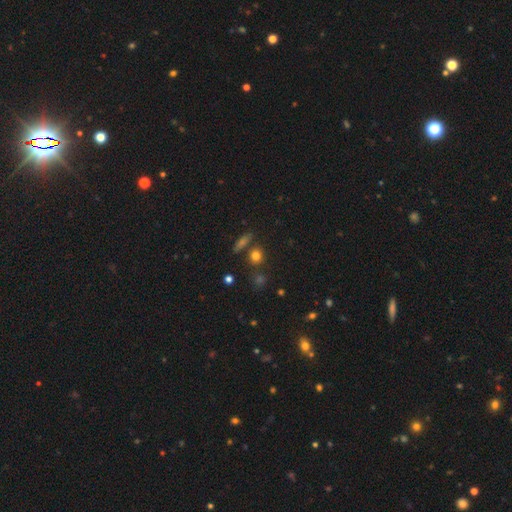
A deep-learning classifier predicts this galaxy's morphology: Smooth or featured? smooth (77%)
How rounded? round (75%)
Merging? none (76%)